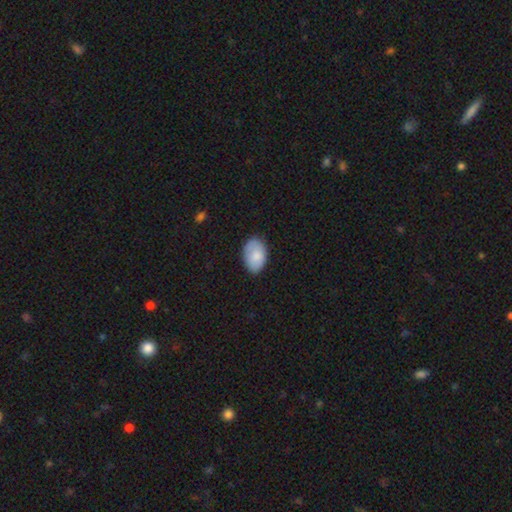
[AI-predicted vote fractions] Q: Smooth or featured?
A: smooth (84%); runner-up: featured or disk (10%)
Q: How rounded?
A: in between (90%); runner-up: round (9%)
Q: Merging?
A: none (78%); runner-up: minor disturbance (17%)